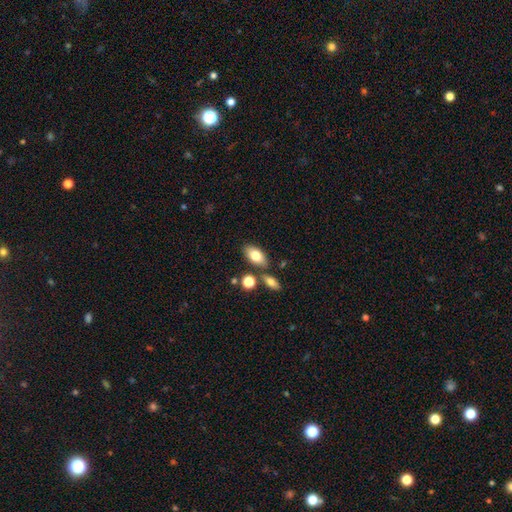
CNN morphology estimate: smooth_or_featured: smooth (p=0.78) [alt: featured or disk p=0.15]
how_rounded: in between (p=0.90) [alt: round p=0.06]
merging: none (p=0.73) [alt: merger p=0.12]